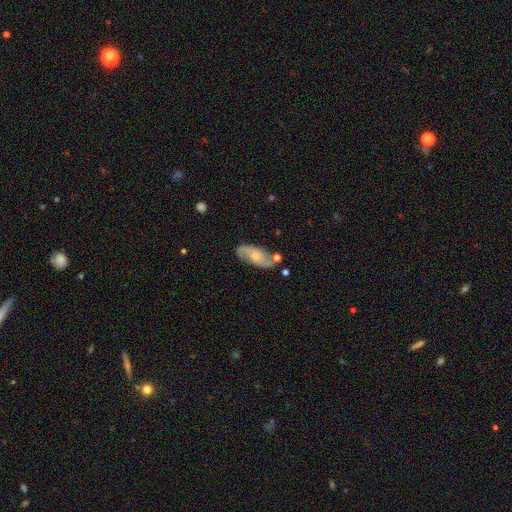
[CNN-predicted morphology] type=featured or disk (71%); edge-on=no (93%); bar=no (60%); spiral arms=yes (93%); winding=medium (46%); arm count=2 (89%); bulge=small (44%); merging=none (73%).